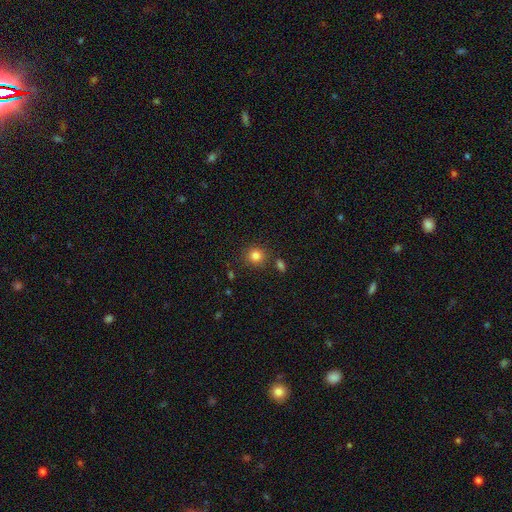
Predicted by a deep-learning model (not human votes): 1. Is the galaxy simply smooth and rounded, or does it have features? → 83% smooth, 12% star or artifact, 5% featured or disk.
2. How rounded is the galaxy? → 89% round, 10% in between, 1% cigar-shaped.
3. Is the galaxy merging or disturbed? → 82% none, 9% minor disturbance, 6% merger, 3% major disturbance.